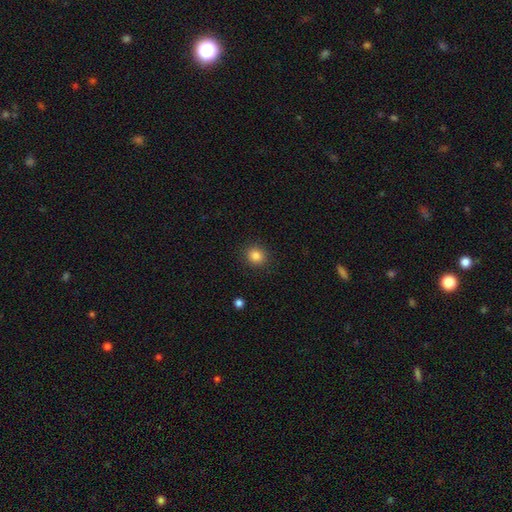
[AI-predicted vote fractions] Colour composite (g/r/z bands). It shows a smooth galaxy with no disk features (85%) that is round (81%). Merging: none (90%).